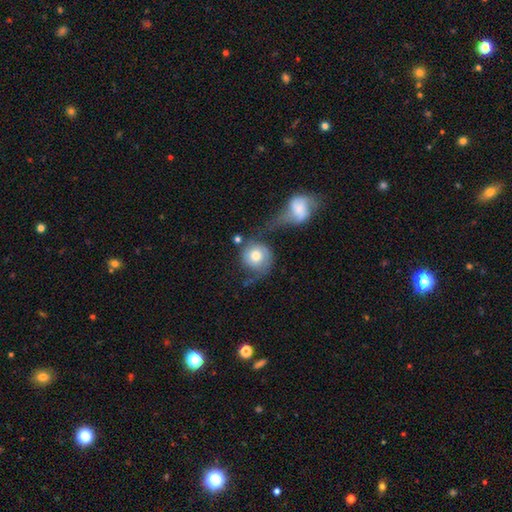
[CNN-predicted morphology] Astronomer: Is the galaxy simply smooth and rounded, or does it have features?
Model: smooth — 55% (runner-up: featured or disk, 39%).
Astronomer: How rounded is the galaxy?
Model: round — 86%.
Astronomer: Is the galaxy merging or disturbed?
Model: merger — 36% (runner-up: none, 28%).